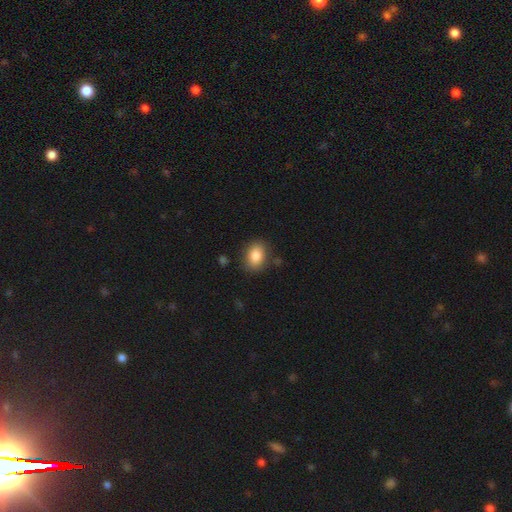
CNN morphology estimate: Smooth or featured: smooth — 85% (star or artifact — 8%)
How rounded: in between — 70% (round — 29%)
Merging: none — 84% (minor disturbance — 11%)